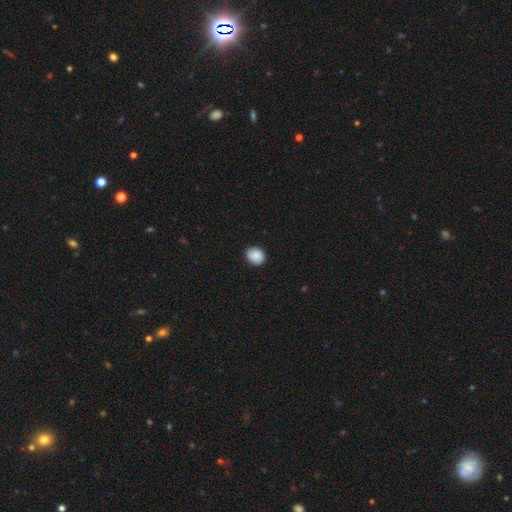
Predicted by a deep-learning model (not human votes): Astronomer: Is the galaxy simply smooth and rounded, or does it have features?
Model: smooth — 86%.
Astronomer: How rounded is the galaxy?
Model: round — 70%.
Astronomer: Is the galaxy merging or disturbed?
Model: none — 88%.